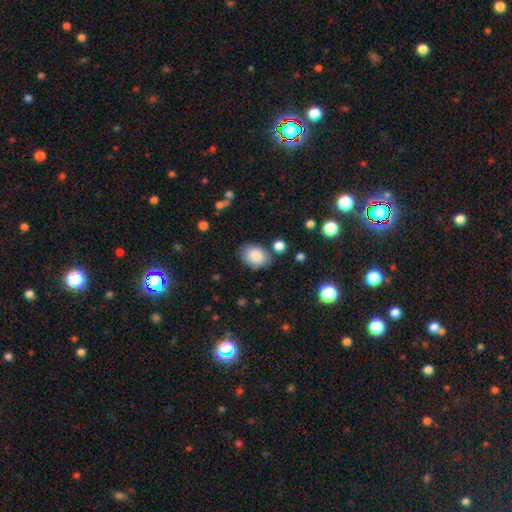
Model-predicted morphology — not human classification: The model was most divided on "merging": none: 75%, minor disturbance: 16%, merger: 5%, major disturbance: 4%. More confident: smooth or featured — smooth (84%); how rounded — in between (80%).